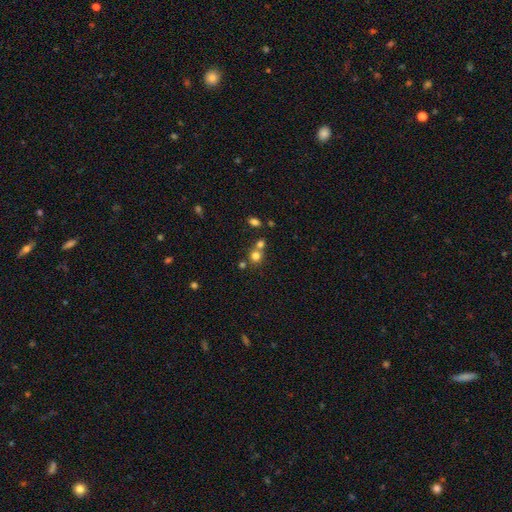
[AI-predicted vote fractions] The model was most divided on "merging": none: 52%, merger: 37%, minor disturbance: 8%, major disturbance: 3%. More confident: how rounded — round (84%); smooth or featured — smooth (76%).